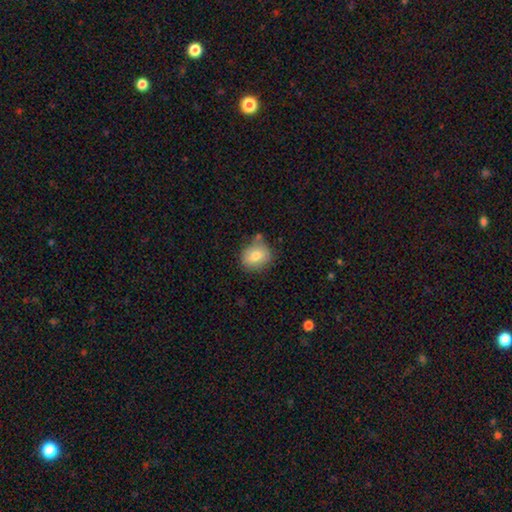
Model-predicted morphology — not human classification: A smooth galaxy with no disk features (77%) that is round (66%). Merging: none (71%).